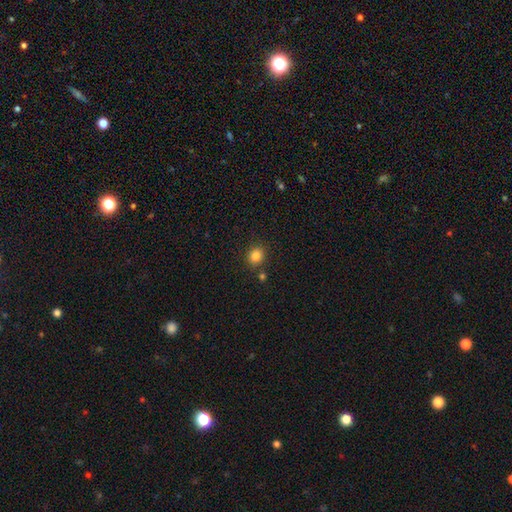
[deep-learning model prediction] Smooth or featured: smooth — 84% (star or artifact — 12%)
How rounded: round — 78% (in between — 21%)
Merging: none — 82% (minor disturbance — 9%)